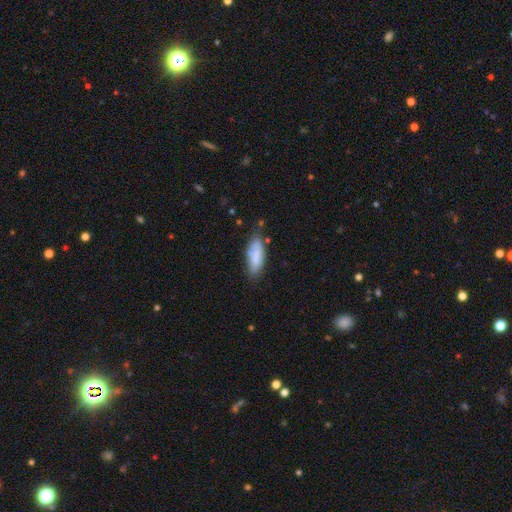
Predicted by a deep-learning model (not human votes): The model was most divided on "merging": none: 63%, minor disturbance: 26%, major disturbance: 6%, merger: 5%. More confident: smooth or featured — smooth (74%); how rounded — in between (70%).